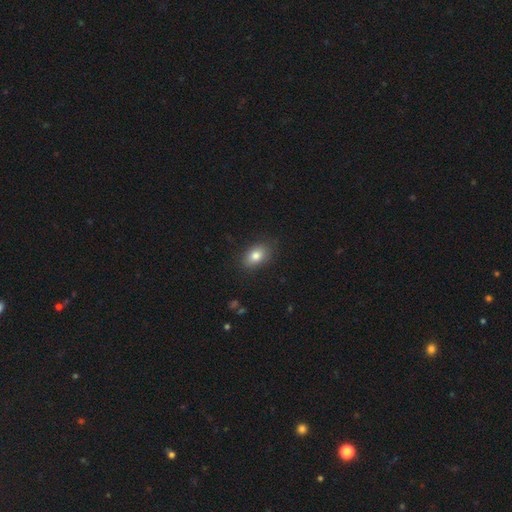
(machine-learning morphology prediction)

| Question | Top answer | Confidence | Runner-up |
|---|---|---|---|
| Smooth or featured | smooth | 82% | featured or disk (9%) |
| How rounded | in between | 84% | round (14%) |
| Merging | none | 85% | minor disturbance (11%) |